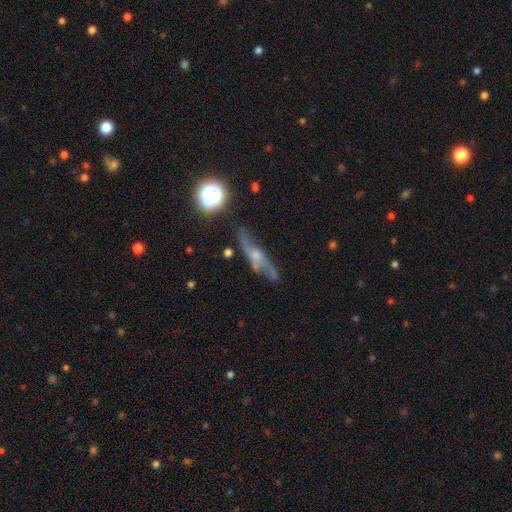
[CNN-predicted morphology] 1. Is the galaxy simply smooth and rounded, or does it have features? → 64% featured or disk, 23% smooth, 13% star or artifact.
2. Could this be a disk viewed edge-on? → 57% no, 43% yes.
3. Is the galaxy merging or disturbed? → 67% none, 21% minor disturbance, 9% major disturbance, 3% merger.